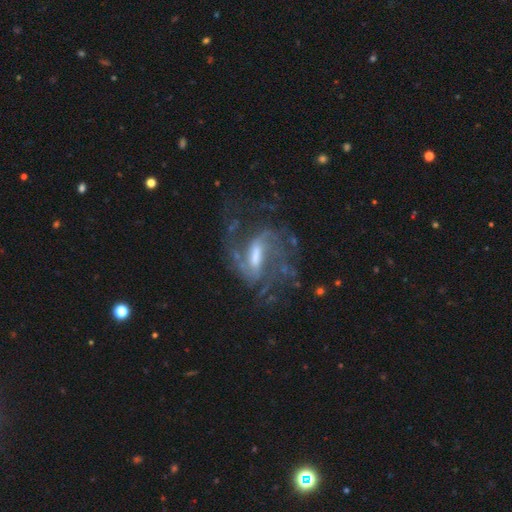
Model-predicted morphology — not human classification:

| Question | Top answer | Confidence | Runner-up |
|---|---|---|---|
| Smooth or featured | featured or disk | 86% | star or artifact (7%) |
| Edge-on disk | no | 95% | yes (5%) |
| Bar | weak | 47% | strong (39%) |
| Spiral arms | yes | 94% | no (6%) |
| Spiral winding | medium | 49% | loose (28%) |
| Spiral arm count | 2 | 50% | can't tell (20%) |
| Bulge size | moderate | 46% | small (31%) |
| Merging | none | 54% | major disturbance (26%) |